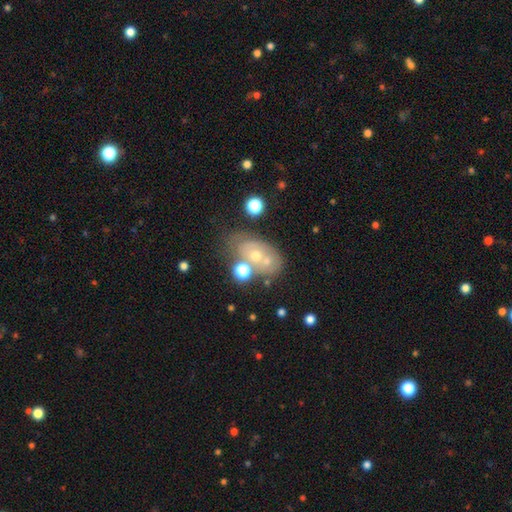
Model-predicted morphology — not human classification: type=featured or disk (44%); merging=none (42%).